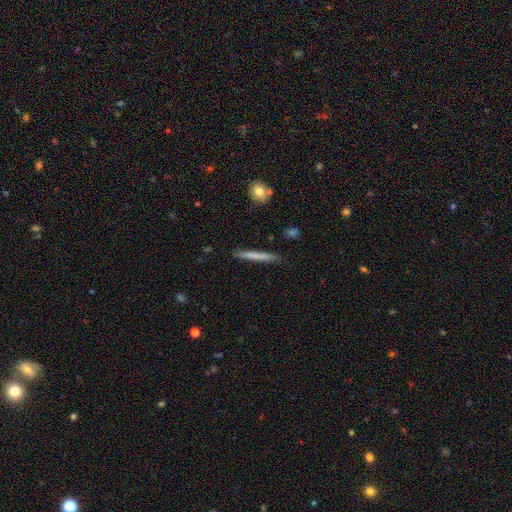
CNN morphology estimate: Q: Smooth or featured?
A: smooth (67%); runner-up: featured or disk (27%)
Q: How rounded?
A: cigar-shaped (96%); runner-up: in between (2%)
Q: Merging?
A: none (90%); runner-up: minor disturbance (7%)